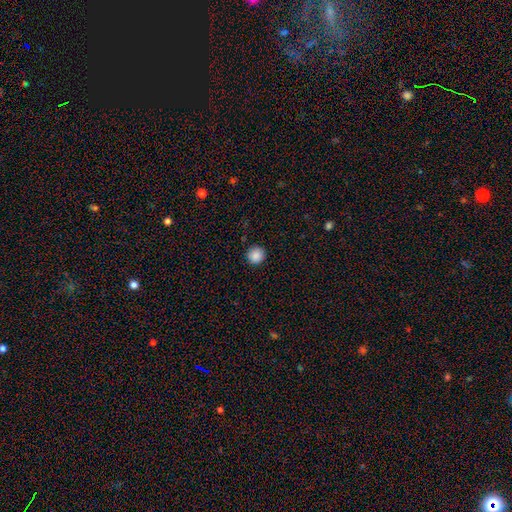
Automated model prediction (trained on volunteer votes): smooth 88%, star or artifact 9%, featured or disk 3%. Down the decision tree: how rounded — round (94%); merging — none (91%).